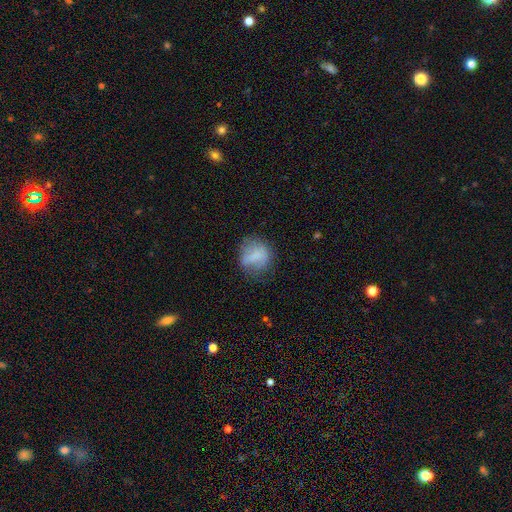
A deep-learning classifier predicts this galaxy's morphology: Smooth or featured?
  - smooth: 63% *
  - featured or disk: 26%
  - star or artifact: 10%
How rounded?
  - round: 70% *
  - in between: 28%
  - cigar-shaped: 2%
Merging?
  - none: 59% *
  - minor disturbance: 25%
  - major disturbance: 14%
  - merger: 3%